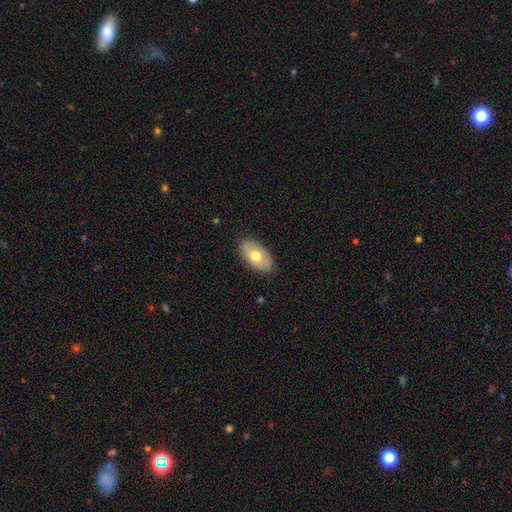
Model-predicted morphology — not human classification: Smooth or featured? Predicted: smooth (p=0.66). How rounded? Predicted: in between (p=0.93). Merging? Predicted: none (p=0.84).